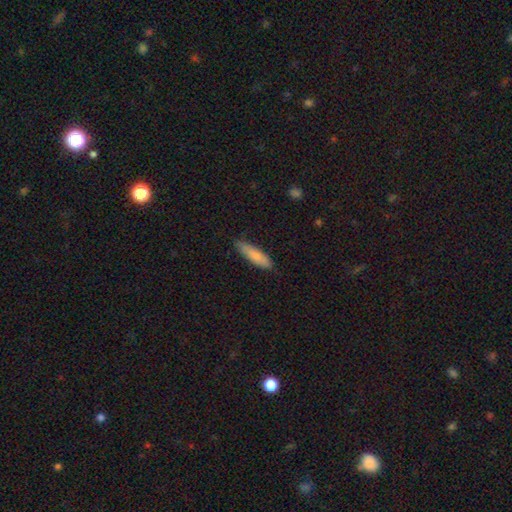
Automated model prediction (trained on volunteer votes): Smooth or featured: smooth — 81% (featured or disk — 13%)
How rounded: cigar-shaped — 63% (in between — 36%)
Merging: none — 79% (minor disturbance — 17%)